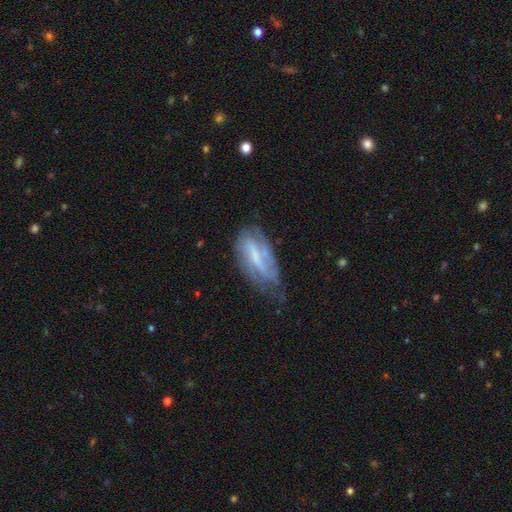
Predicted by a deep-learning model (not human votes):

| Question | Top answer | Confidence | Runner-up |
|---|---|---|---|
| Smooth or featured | featured or disk | 65% | smooth (26%) |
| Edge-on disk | no | 86% | yes (14%) |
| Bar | strong | 40% | weak (37%) |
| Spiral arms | yes | 70% | no (30%) |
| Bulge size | small | 39% | none (34%) |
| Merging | none | 42% | minor disturbance (35%) |